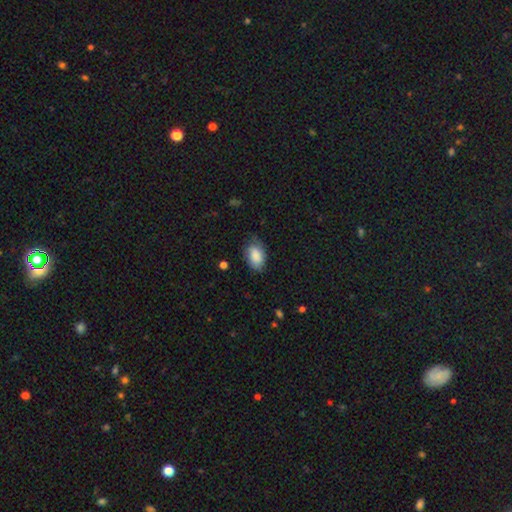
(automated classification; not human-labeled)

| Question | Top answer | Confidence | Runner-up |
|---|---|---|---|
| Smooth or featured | smooth | 85% | featured or disk (8%) |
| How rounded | in between | 90% | round (9%) |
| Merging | none | 68% | minor disturbance (26%) |